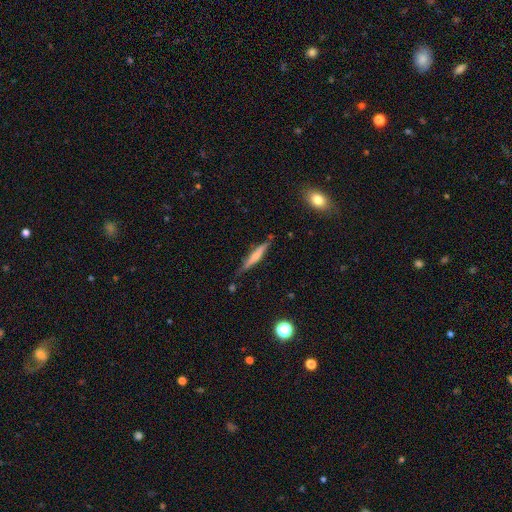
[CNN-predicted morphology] The model was most divided on "smooth or featured": smooth: 48%, featured or disk: 46%, star or artifact: 7%. More confident: merging — none (78%).